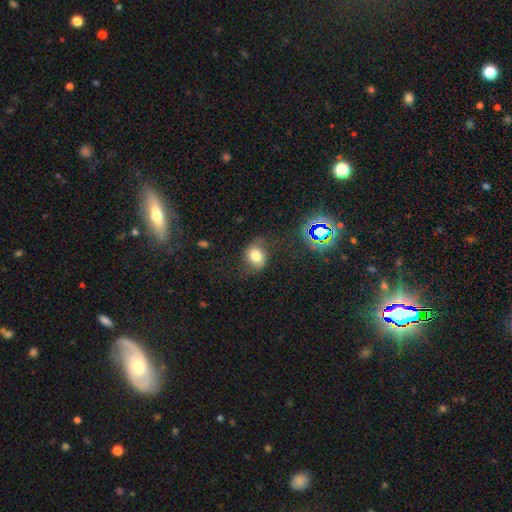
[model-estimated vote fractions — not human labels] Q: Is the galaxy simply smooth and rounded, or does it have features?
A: smooth — 70%.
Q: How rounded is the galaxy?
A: in between — 50%.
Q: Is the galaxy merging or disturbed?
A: none — 66%.